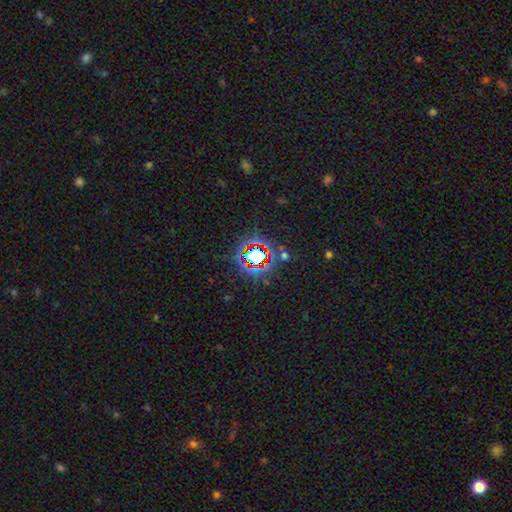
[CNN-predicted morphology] This is likely a star or artifact rather than a galaxy (68%).